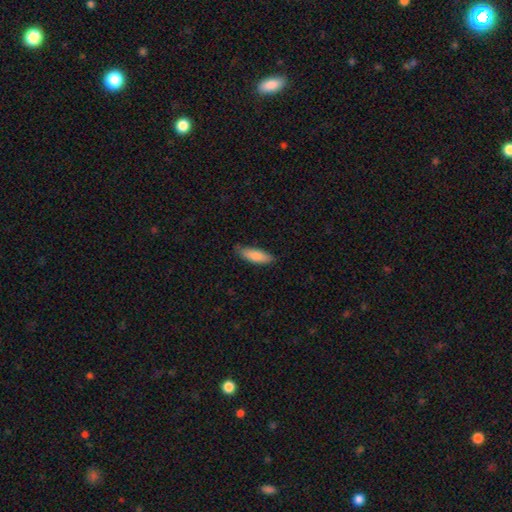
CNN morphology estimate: The model was most divided on "how rounded": in between: 59%, cigar-shaped: 40%, round: 2%. More confident: smooth or featured — smooth (84%); merging — none (79%).